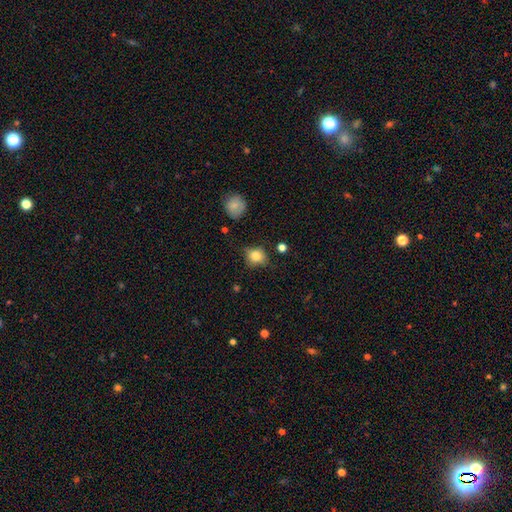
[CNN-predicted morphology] Smooth or featured: smooth — 81% (star or artifact — 10%)
How rounded: round — 70% (in between — 29%)
Merging: none — 66% (minor disturbance — 25%)